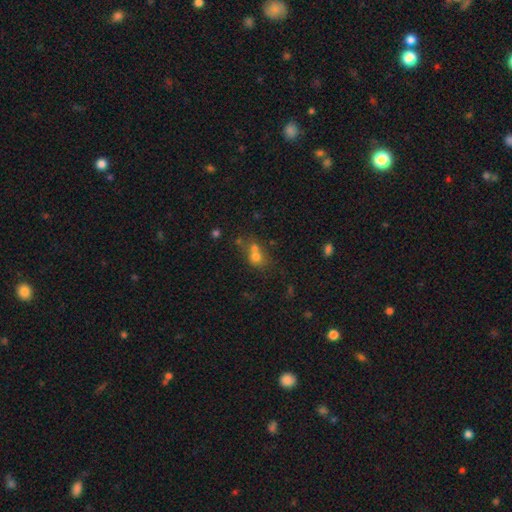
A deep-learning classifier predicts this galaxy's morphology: Smooth or featured? smooth (64%)
How rounded? round (71%)
Merging? merger (54%)